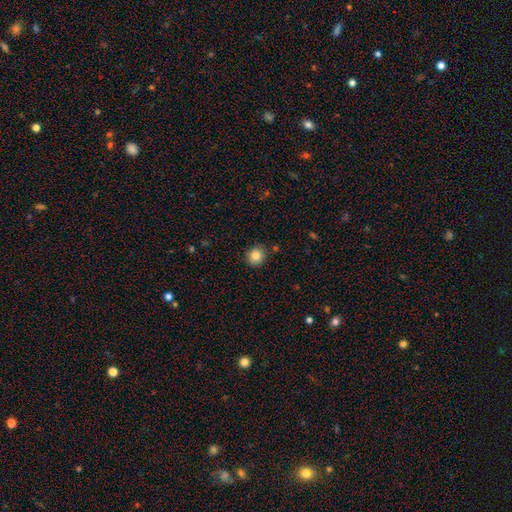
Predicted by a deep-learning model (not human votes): Q: Smooth or featured?
A: smooth (84%); runner-up: star or artifact (10%)
Q: How rounded?
A: round (87%); runner-up: in between (12%)
Q: Merging?
A: none (87%); runner-up: minor disturbance (8%)